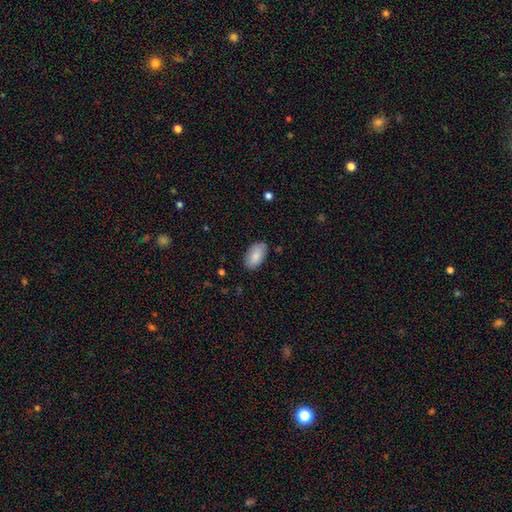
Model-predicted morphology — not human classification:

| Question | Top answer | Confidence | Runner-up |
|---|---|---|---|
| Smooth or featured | smooth | 86% | featured or disk (8%) |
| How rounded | in between | 95% | round (4%) |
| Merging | none | 84% | minor disturbance (12%) |